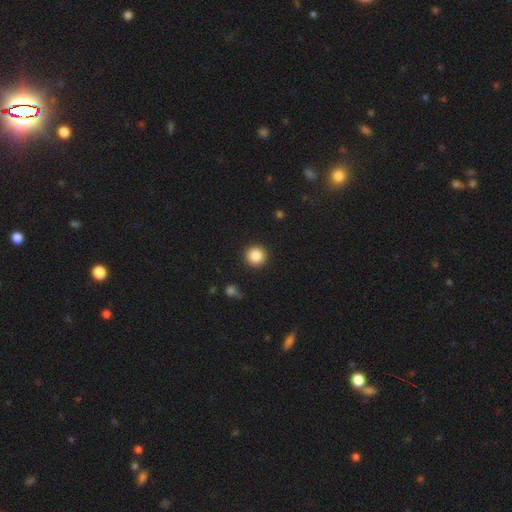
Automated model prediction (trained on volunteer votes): Smooth or featured? Predicted: smooth (p=0.86). How rounded? Predicted: round (p=0.95). Merging? Predicted: none (p=0.91).